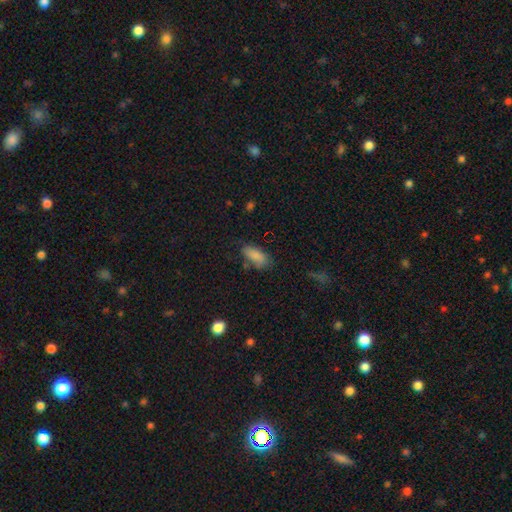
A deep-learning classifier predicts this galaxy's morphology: Overall: smooth (85%). How rounded: in between (88%). Merging: none (66%).